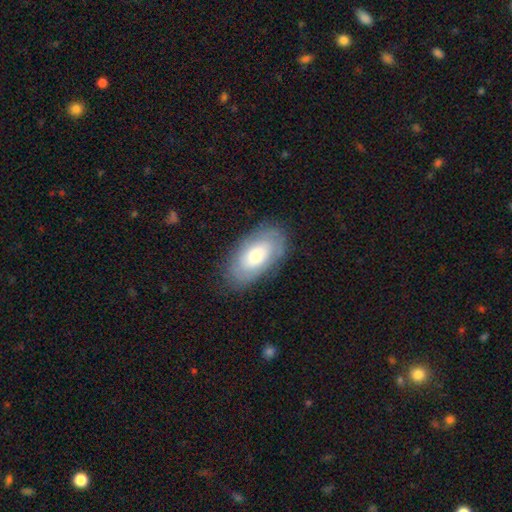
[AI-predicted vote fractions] This appears to be a smooth galaxy with no disk features (53%) that is in between round and cigar-shaped (93%). Merging: none (81%).